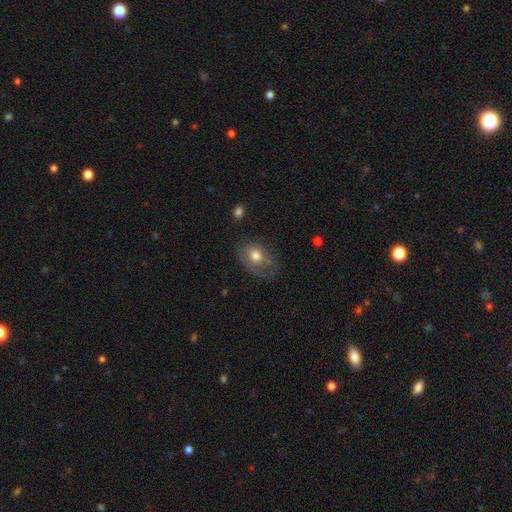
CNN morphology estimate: A smooth galaxy with no disk features (64%) that is in between round and cigar-shaped (66%). Merging: none (46%).